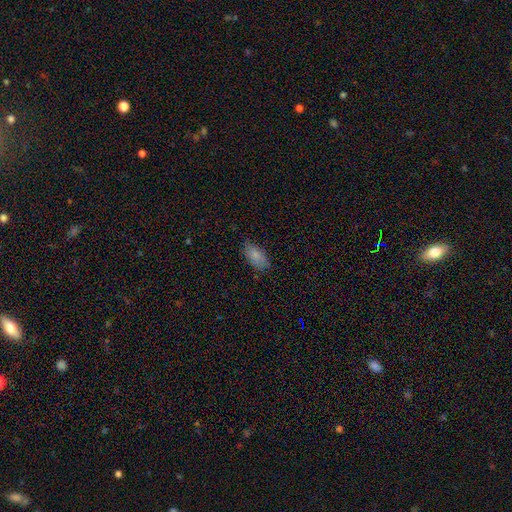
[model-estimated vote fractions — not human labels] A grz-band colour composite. It shows a smooth galaxy with no disk features (86%) that is in between round and cigar-shaped (92%). Merging: none (79%).